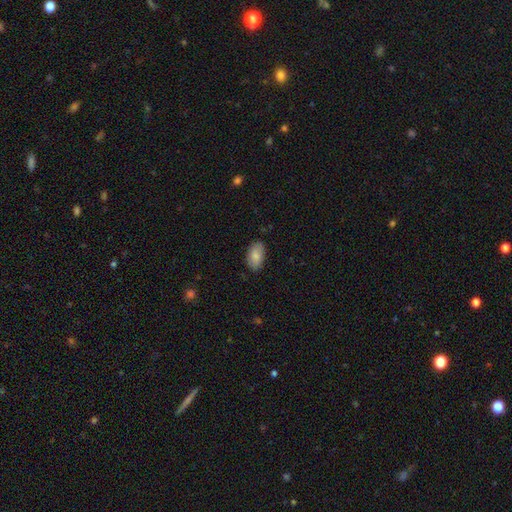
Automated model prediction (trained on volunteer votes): Overall: smooth (86%). How rounded: in between (94%). Merging: none (84%).